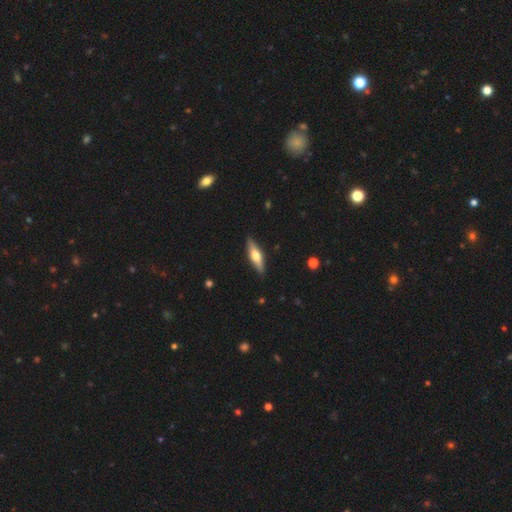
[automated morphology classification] Overall: featured or disk (49%; smooth 46%). Merging: none (89%).